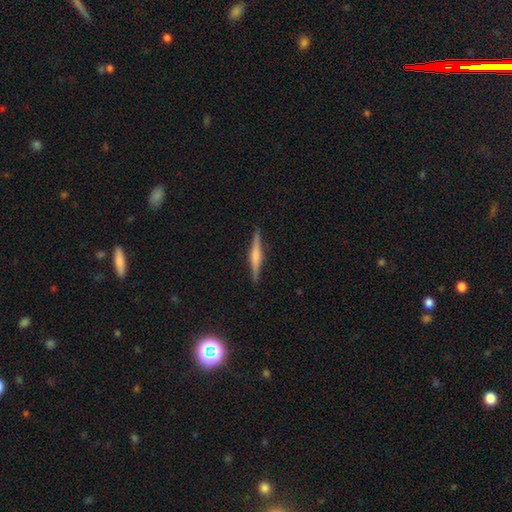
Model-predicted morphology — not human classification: smooth-or-featured: featured or disk: 64% | smooth: 30% | star or artifact: 6%
  disk-edge-on: yes: 98% | no: 2%
    edge-on-bulge: rounded: 58% | boxy: 25% | none: 17%
  merging: none: 91% | minor disturbance: 7% | major disturbance: 1% | merger: 1%